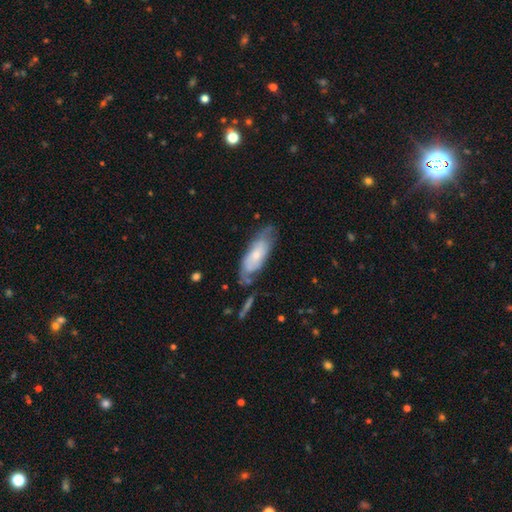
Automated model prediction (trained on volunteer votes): Smooth or featured? Predicted: smooth (p=0.47). Merging? Predicted: none (p=0.52).